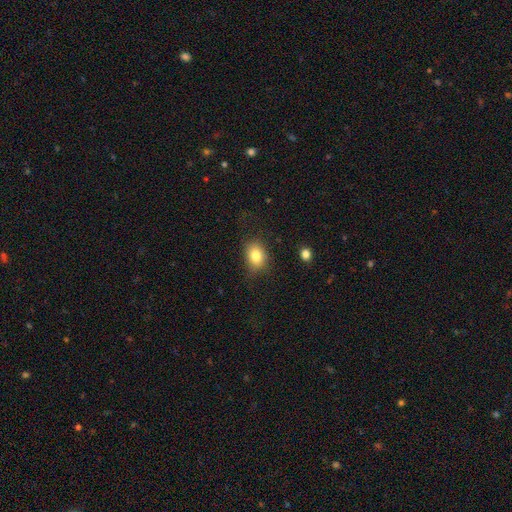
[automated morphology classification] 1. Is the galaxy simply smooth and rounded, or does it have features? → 82% smooth, 9% star or artifact, 9% featured or disk.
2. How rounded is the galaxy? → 66% in between, 33% round, 1% cigar-shaped.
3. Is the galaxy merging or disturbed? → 75% none, 18% minor disturbance, 6% major disturbance, 2% merger.